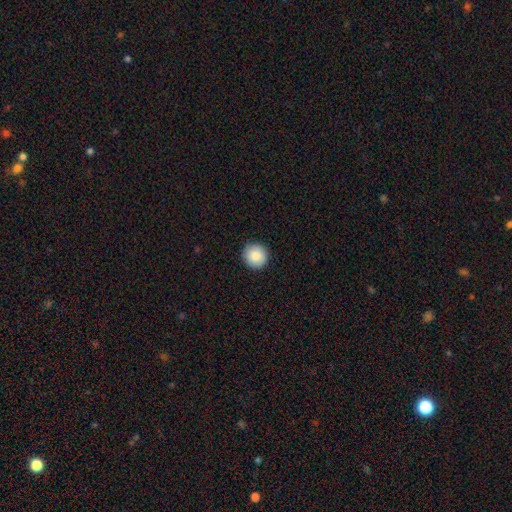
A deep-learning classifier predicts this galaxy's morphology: A smooth galaxy with no disk features (86%) that is round (96%). Merging: none (92%).